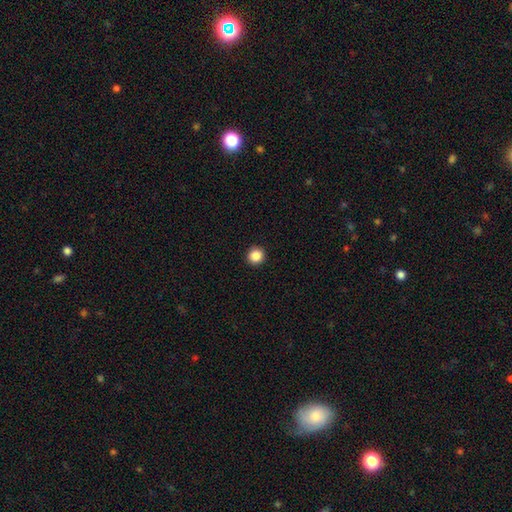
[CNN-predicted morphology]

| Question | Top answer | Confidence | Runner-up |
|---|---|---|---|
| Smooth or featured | smooth | 88% | star or artifact (9%) |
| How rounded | round | 95% | in between (4%) |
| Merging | none | 94% | minor disturbance (4%) |